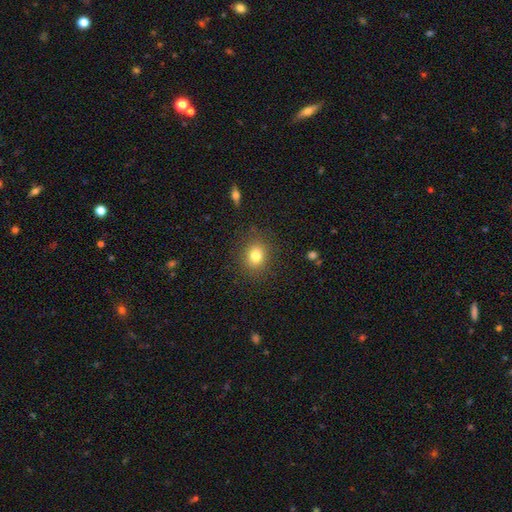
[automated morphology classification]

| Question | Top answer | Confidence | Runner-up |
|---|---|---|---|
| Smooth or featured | smooth | 80% | star or artifact (12%) |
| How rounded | round | 70% | in between (29%) |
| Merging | none | 87% | minor disturbance (9%) |